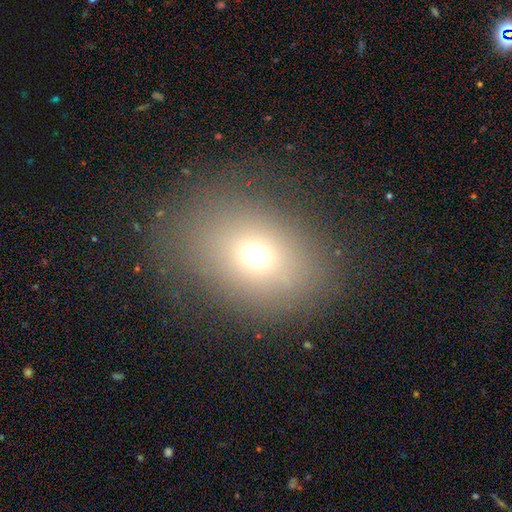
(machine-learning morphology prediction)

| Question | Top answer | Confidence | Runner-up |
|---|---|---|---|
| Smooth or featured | smooth | 67% | star or artifact (21%) |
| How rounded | in between | 60% | round (38%) |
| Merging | none | 79% | minor disturbance (11%) |